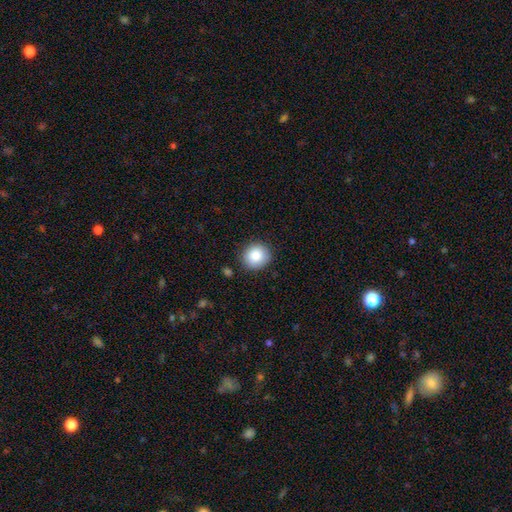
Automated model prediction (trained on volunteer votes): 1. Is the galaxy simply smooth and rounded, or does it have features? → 86% smooth, 8% star or artifact, 6% featured or disk.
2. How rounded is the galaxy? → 84% round, 15% in between, 1% cigar-shaped.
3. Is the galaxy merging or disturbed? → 87% none, 9% minor disturbance, 2% major disturbance, 2% merger.